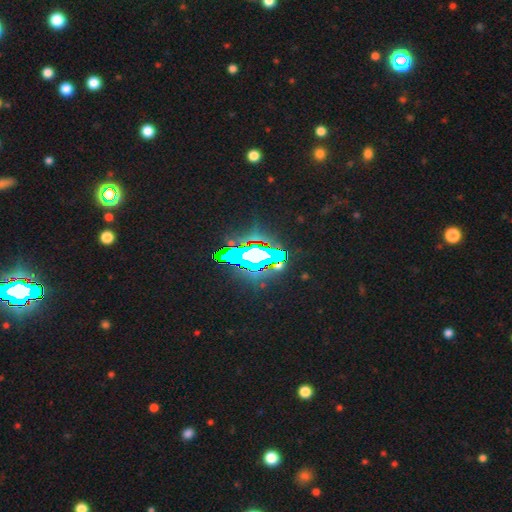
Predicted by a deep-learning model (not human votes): Overall: star or artifact (67%).